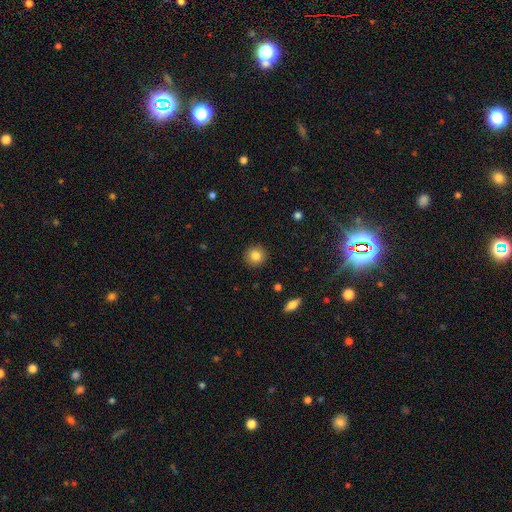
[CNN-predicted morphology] This is clearly a smooth galaxy (83%). How rounded: clearly round (92%). Merging: clearly none (91%).